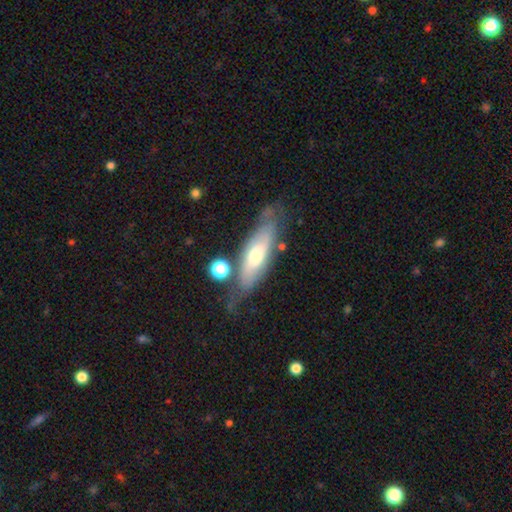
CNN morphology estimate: A featured or disk galaxy (58%). Merging: none (61%).